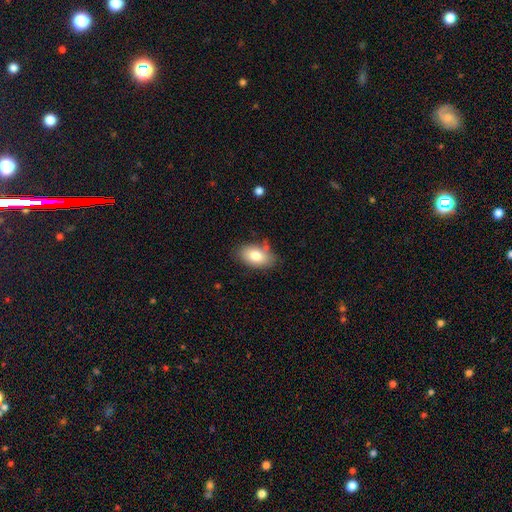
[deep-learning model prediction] This is clearly a smooth galaxy (81%). How rounded: clearly in between (92%). Merging: likely none (78%).